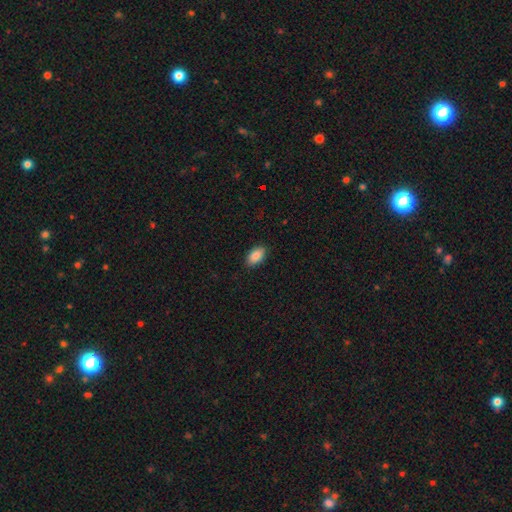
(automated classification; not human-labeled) The model was most divided on "merging": none: 88%, minor disturbance: 9%, major disturbance: 2%, merger: 1%. More confident: how rounded — in between (93%); smooth or featured — smooth (87%).